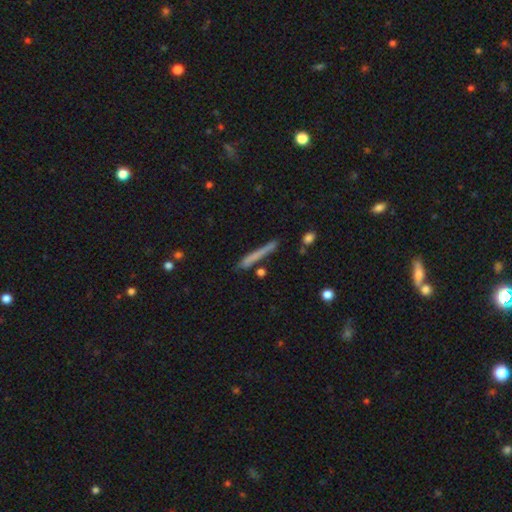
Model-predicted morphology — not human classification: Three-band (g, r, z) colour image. It shows a smooth galaxy with no disk features (65%) that is cigar-shaped (96%). Merging: none (80%).